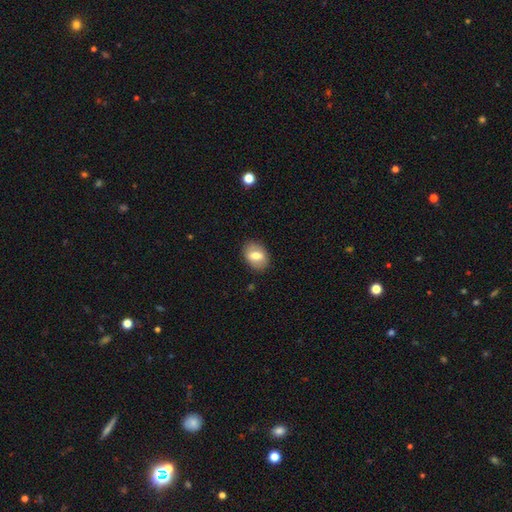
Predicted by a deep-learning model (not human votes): Q: Smooth or featured?
A: smooth (69%); runner-up: featured or disk (23%)
Q: How rounded?
A: in between (76%); runner-up: round (23%)
Q: Merging?
A: none (85%); runner-up: minor disturbance (11%)